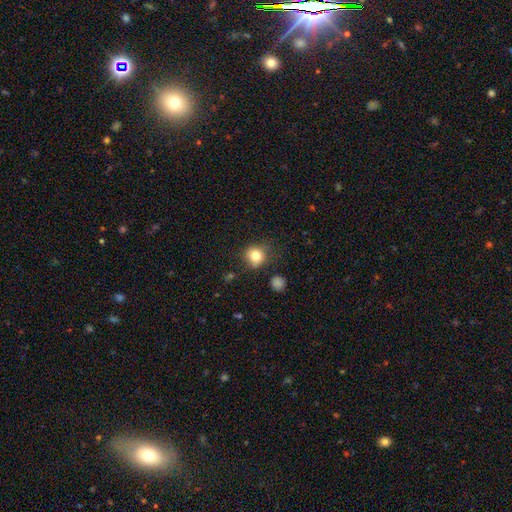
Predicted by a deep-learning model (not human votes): Overall: smooth (80%). How rounded: round (85%). Merging: none (78%).